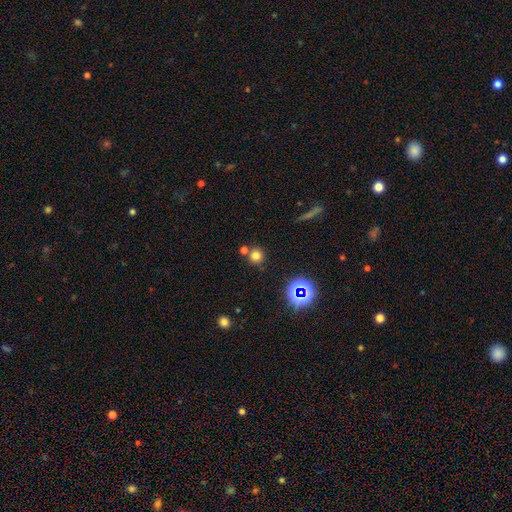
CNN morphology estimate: smooth 71%, star or artifact 21%, featured or disk 8%. Down the decision tree: how rounded — round (92%); merging — none (71%).